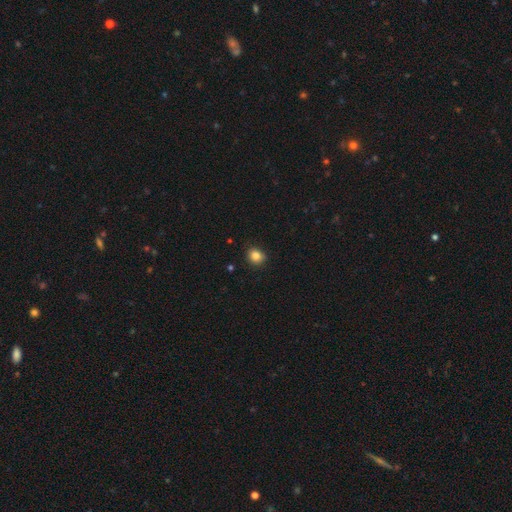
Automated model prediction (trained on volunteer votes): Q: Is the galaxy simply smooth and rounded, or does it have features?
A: smooth — 85%.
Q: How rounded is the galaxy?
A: round — 72%.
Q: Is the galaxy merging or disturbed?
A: none — 86%.